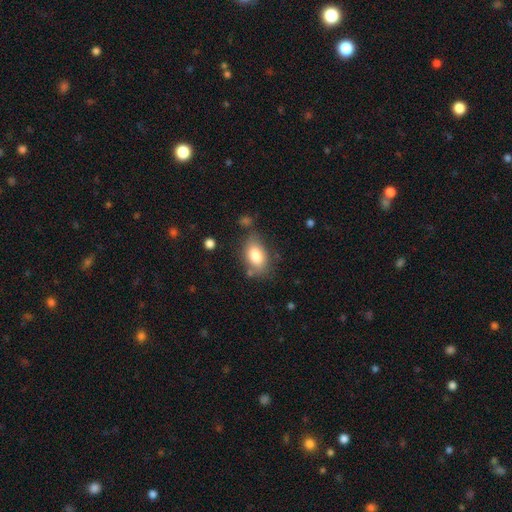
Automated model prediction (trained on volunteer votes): smooth 81%, featured or disk 11%, star or artifact 8%. Down the decision tree: how rounded — in between (88%); merging — none (70%).